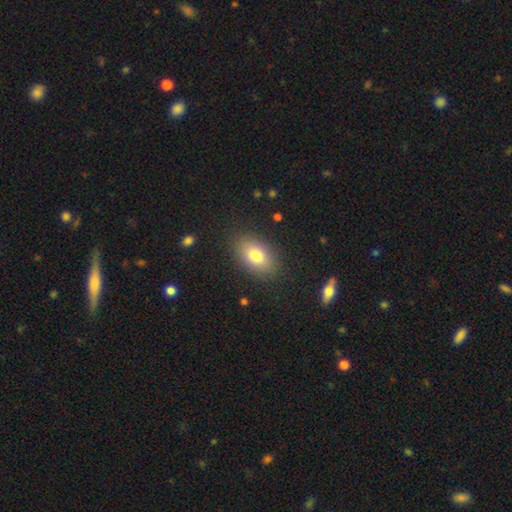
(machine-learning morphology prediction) This is likely a smooth galaxy (79%). How rounded: clearly in between (87%). Merging: clearly none (86%).